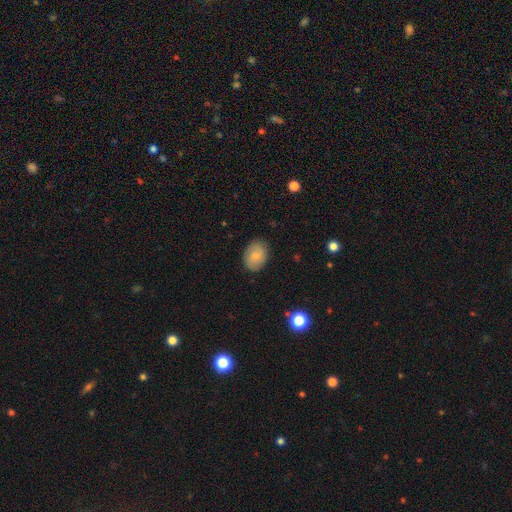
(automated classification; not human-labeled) Q: Smooth or featured?
A: smooth (69%); runner-up: featured or disk (24%)
Q: How rounded?
A: in between (70%); runner-up: round (29%)
Q: Merging?
A: none (84%); runner-up: minor disturbance (12%)